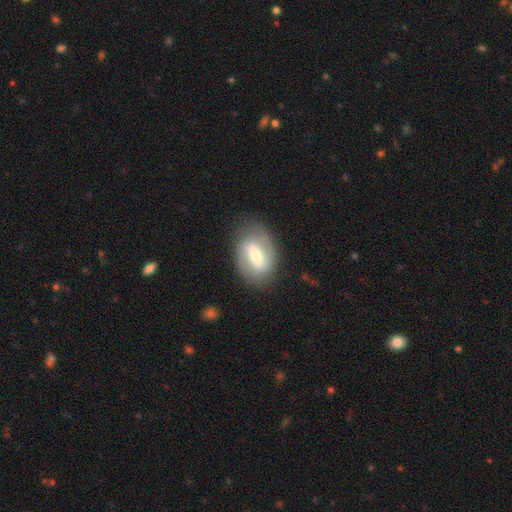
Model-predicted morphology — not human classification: The model was most divided on "bar": strong: 50%, weak: 38%, no: 11%. More confident: edge-on disk — no (93%); merging — none (77%); spiral arms — yes (69%); smooth or featured — featured or disk (62%); bulge size — moderate (52%).